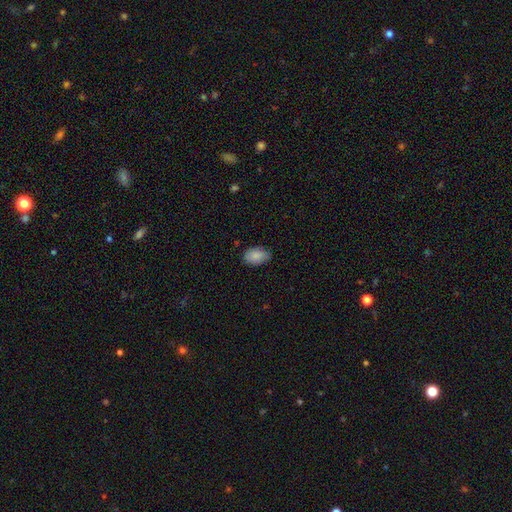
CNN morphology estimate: Overall: smooth (87%). How rounded: in between (87%). Merging: none (74%).